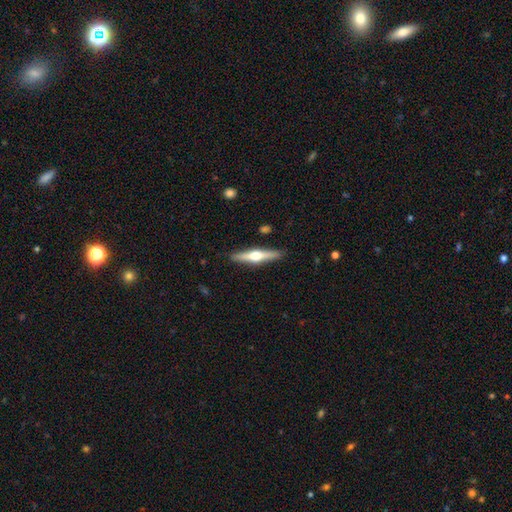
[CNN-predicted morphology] Smooth or featured?
  - featured or disk: 68% *
  - smooth: 27%
  - star or artifact: 5%
Edge-on disk?
  - yes: 97% *
  - no: 3%
Edge-on bulge?
  - rounded: 95% *
  - boxy: 3%
  - none: 2%
Merging?
  - none: 90% *
  - minor disturbance: 7%
  - major disturbance: 1%
  - merger: 1%